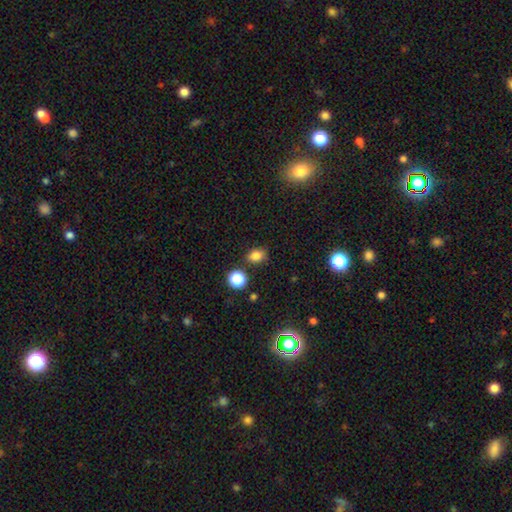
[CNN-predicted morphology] type=smooth (82%); roundness=in between (57%); merging=none (76%).